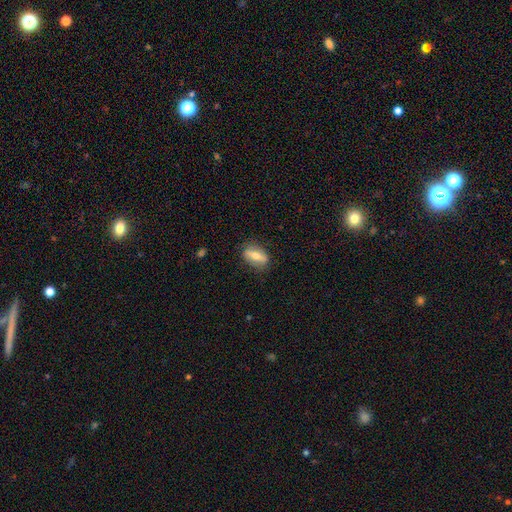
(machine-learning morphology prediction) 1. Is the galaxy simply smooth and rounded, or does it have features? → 55% smooth, 38% featured or disk, 7% star or artifact.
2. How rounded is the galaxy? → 76% in between, 15% cigar-shaped, 9% round.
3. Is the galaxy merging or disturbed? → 80% none, 15% minor disturbance, 4% major disturbance, 1% merger.